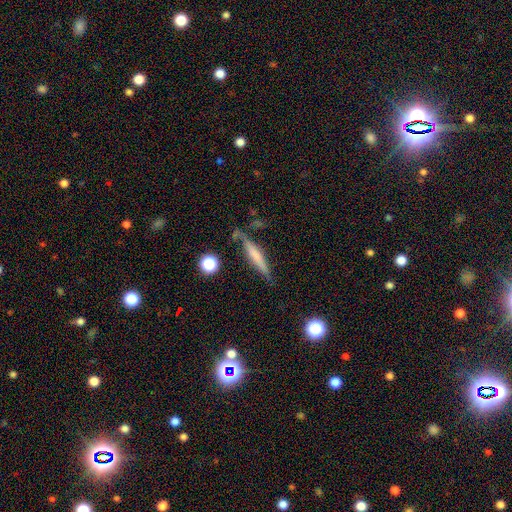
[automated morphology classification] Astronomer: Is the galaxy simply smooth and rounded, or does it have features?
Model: smooth — 48% (runner-up: featured or disk, 44%).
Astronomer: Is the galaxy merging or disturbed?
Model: none — 71%.